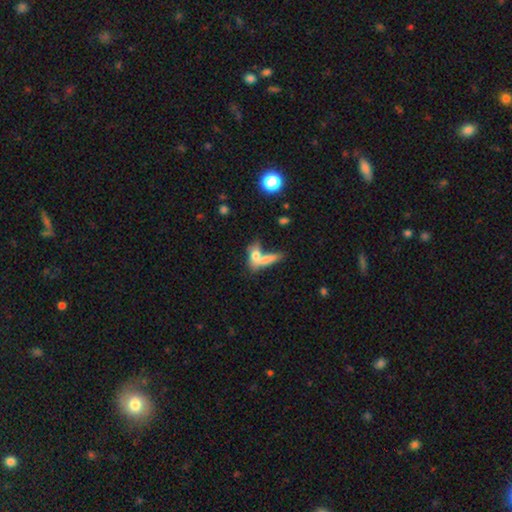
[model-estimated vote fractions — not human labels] Smooth or featured? Predicted: smooth (p=0.68). How rounded? Predicted: in between (p=0.57). Merging? Predicted: merger (p=0.52).